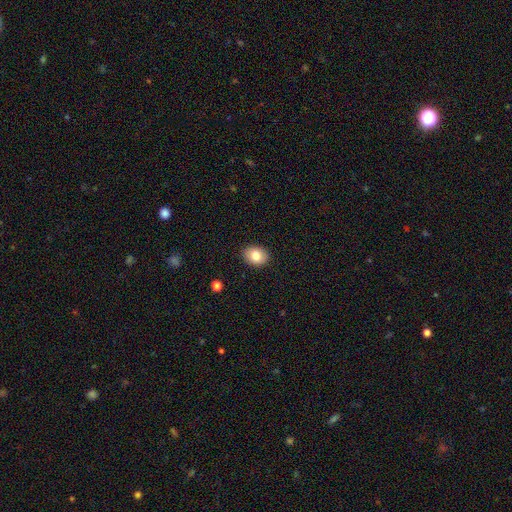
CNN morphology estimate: Smooth or featured? Predicted: smooth (p=0.82). How rounded? Predicted: in between (p=0.59). Merging? Predicted: none (p=0.89).